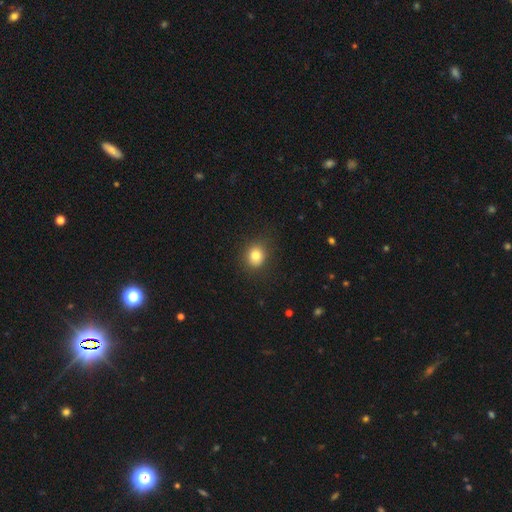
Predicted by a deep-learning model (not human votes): A smooth galaxy with no disk features (81%) that is round (74%).

Vote fractions:
- Smooth or featured? smooth: 81% / star or artifact: 11% / featured or disk: 8%
- How rounded? round: 74% / in between: 26% / cigar-shaped: 1%
- Merging? none: 86% / minor disturbance: 10% / major disturbance: 3% / merger: 1%